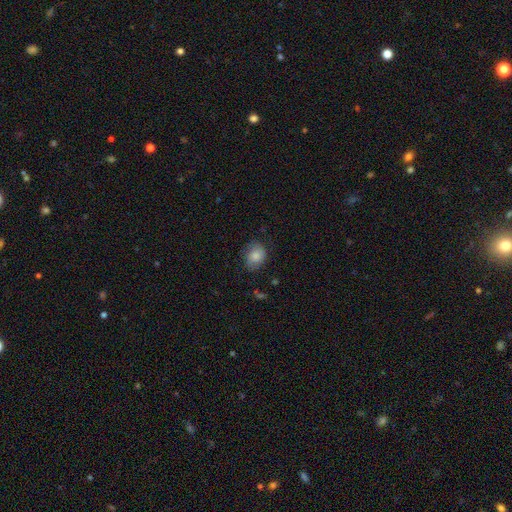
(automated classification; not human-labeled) Overall: smooth (76%). How rounded: in between (52%; round 47%). Merging: none (70%).